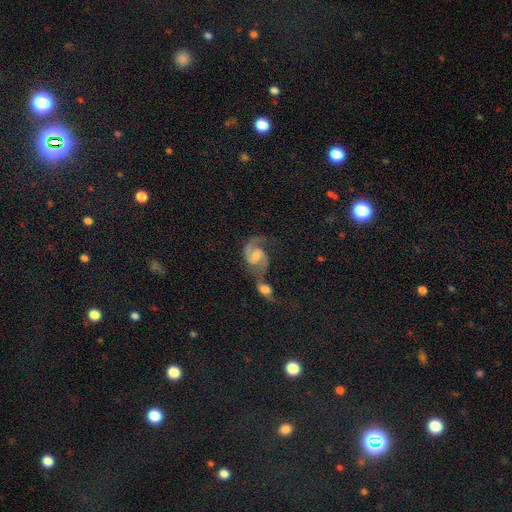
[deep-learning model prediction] Overall: featured or disk (86%). Edge-on disk: no (97%). Bar: weak (50%; no 37%). Spiral arms: yes (96%). Spiral arm count: 2 (86%). Spiral winding: medium (54%; loose 28%). Bulge size: moderate (48%; small 38%). Merging: merger (59%; none 23%).